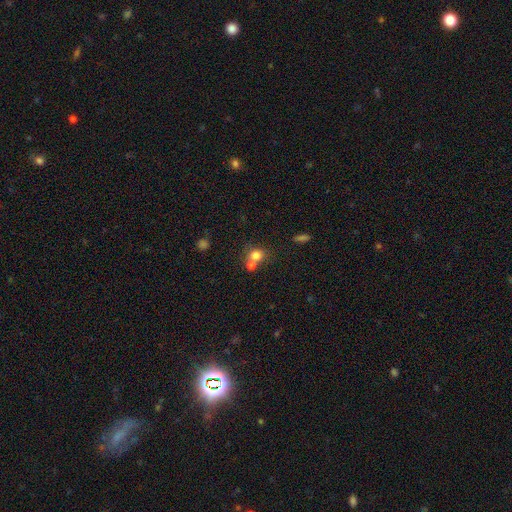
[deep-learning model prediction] The model was most divided on "merging" (2-way tie): merger: 44%, none: 44%, minor disturbance: 8%, major disturbance: 4%. More confident: how rounded — round (78%); smooth or featured — smooth (77%).